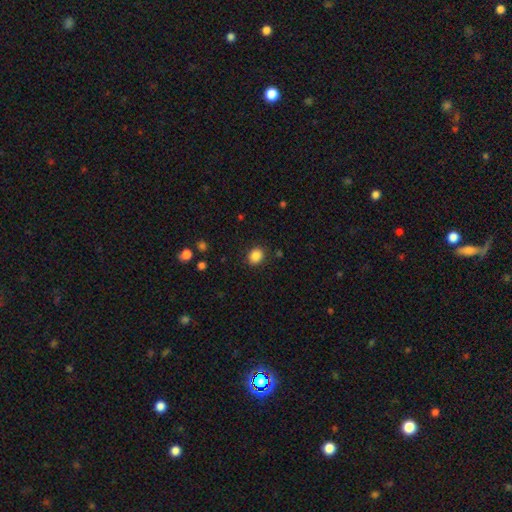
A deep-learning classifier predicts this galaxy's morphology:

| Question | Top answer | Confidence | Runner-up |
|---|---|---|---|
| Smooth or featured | smooth | 87% | star or artifact (10%) |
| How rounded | round | 59% | in between (40%) |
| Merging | none | 89% | minor disturbance (8%) |